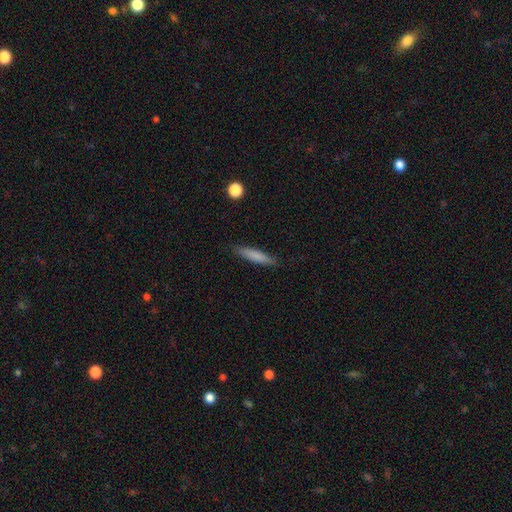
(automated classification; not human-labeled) Morphology: type=smooth (79%); roundness=cigar-shaped (86%); merging=none (87%).